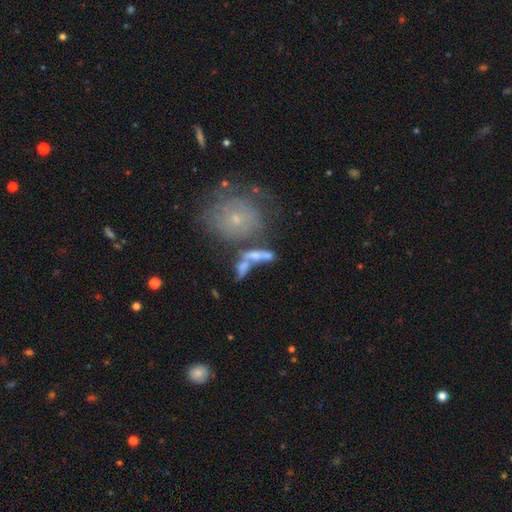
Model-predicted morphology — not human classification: smooth-or-featured: featured or disk: 47% | smooth: 38% | star or artifact: 15%
  merging: merger: 36% | none: 35% | minor disturbance: 15% | major disturbance: 14%